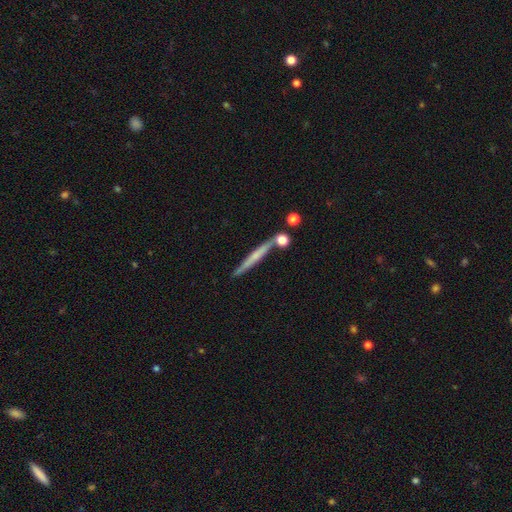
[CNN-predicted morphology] This appears to be a featured or disk galaxy (49%). Merging: none (77%).